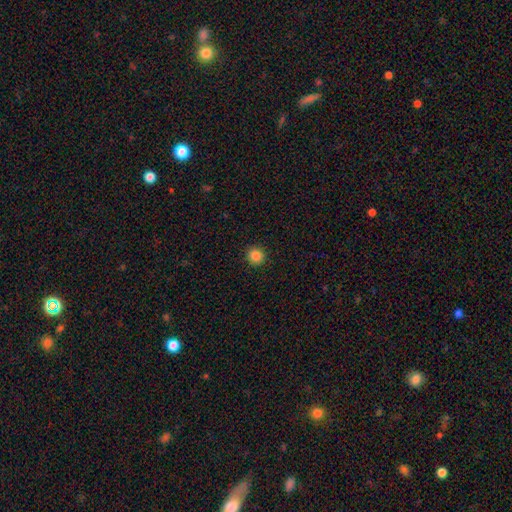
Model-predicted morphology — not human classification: This appears to be a smooth galaxy with no disk features (85%) that is round (94%). Merging: none (93%).